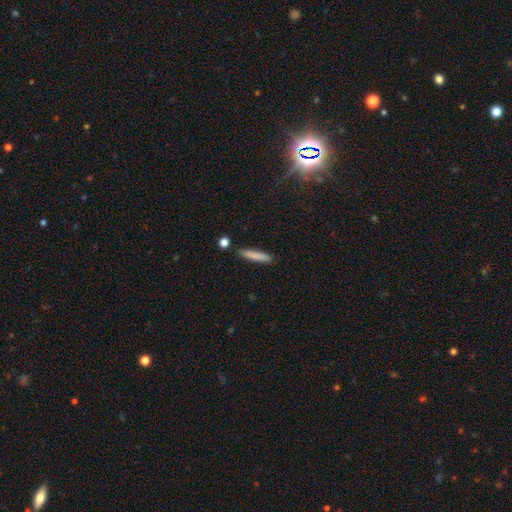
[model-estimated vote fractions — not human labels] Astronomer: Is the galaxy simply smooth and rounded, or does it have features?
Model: smooth — 82%.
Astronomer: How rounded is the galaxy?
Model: cigar-shaped — 90%.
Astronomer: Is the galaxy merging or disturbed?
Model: none — 88%.